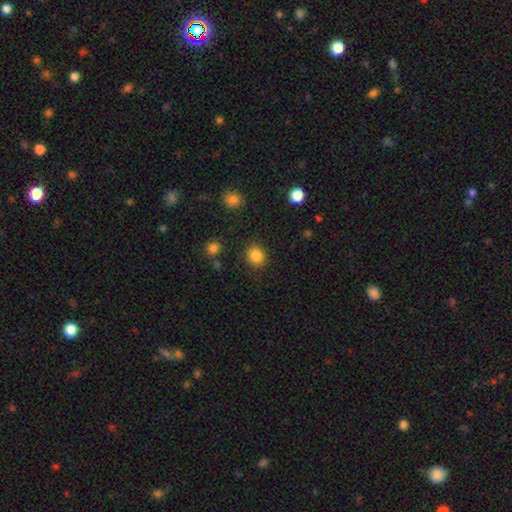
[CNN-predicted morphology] A smooth galaxy with no disk features (85%) that is round (78%).

Vote fractions:
- Smooth or featured? smooth: 85% / star or artifact: 11% / featured or disk: 4%
- How rounded? round: 78% / in between: 21% / cigar-shaped: 1%
- Merging? none: 87% / minor disturbance: 8% / major disturbance: 3% / merger: 2%